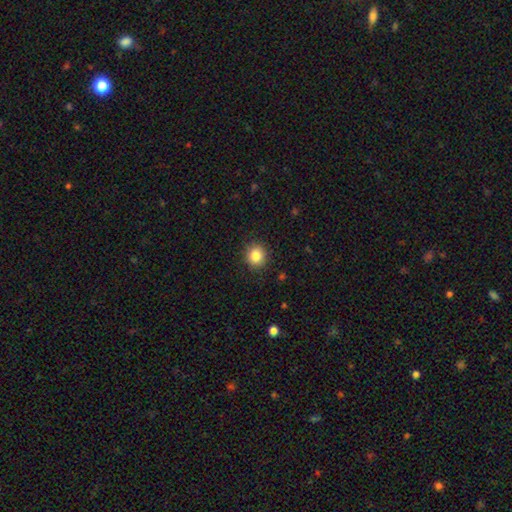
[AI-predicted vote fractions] Q: Smooth or featured?
A: smooth (84%); runner-up: star or artifact (10%)
Q: How rounded?
A: round (87%); runner-up: in between (12%)
Q: Merging?
A: none (90%); runner-up: minor disturbance (7%)